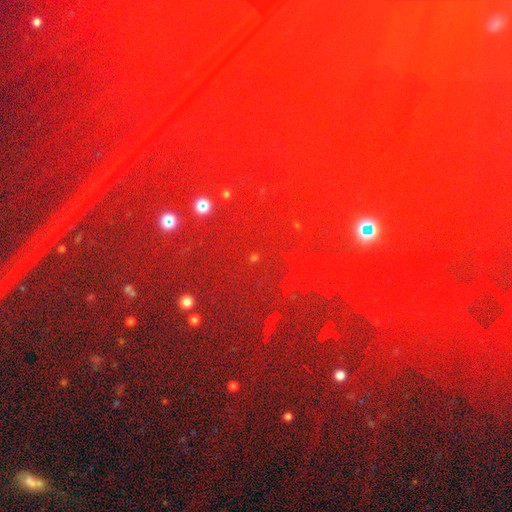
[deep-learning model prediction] Smooth or featured: star or artifact — 87% (featured or disk — 7%)